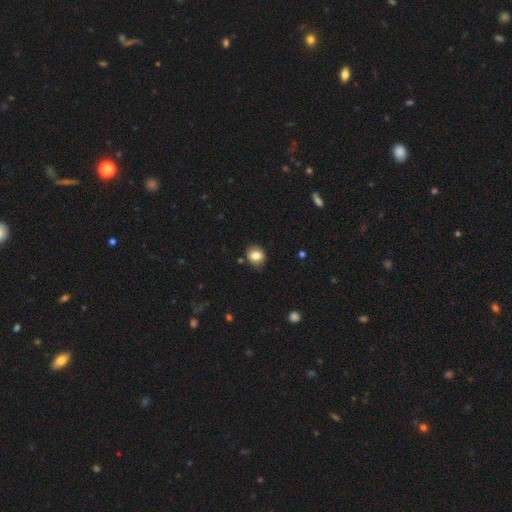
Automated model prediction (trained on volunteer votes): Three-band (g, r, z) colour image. It shows a smooth galaxy with no disk features (80%) that is round (67%). Merging: none (84%).